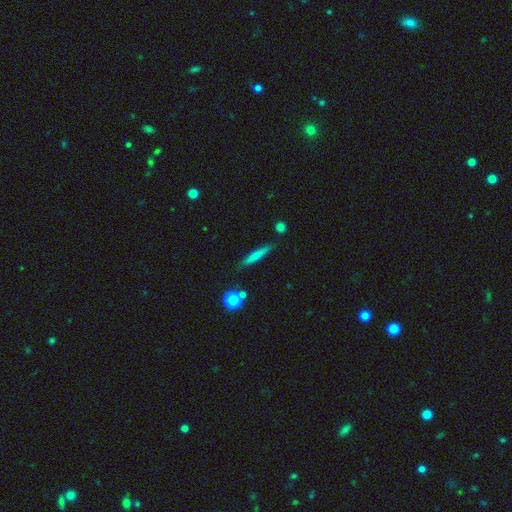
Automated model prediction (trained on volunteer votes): This appears to be a smooth galaxy with no disk features (68%) that is cigar-shaped (91%). Merging: none (84%).